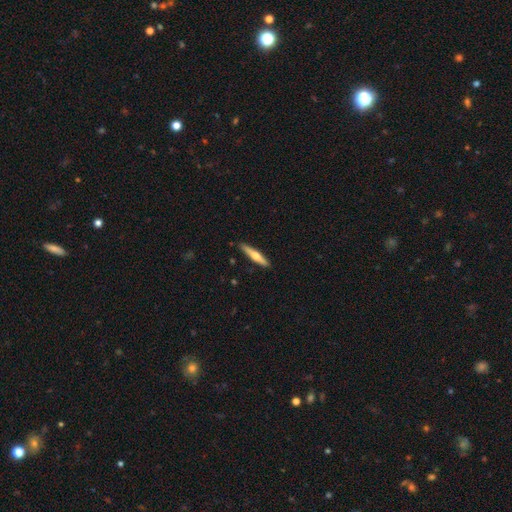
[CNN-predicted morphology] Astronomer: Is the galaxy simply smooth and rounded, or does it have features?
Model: featured or disk — 51% (runner-up: smooth, 44%).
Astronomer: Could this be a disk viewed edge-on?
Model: yes — 95%.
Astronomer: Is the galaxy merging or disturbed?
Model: none — 89%.